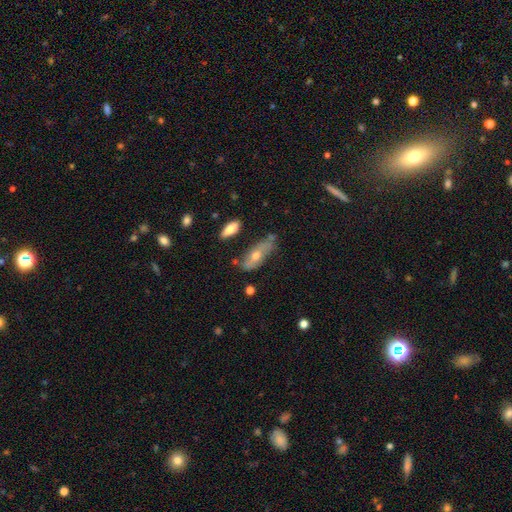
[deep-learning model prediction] A featured or disk galaxy (46%). Merging: none (58%).